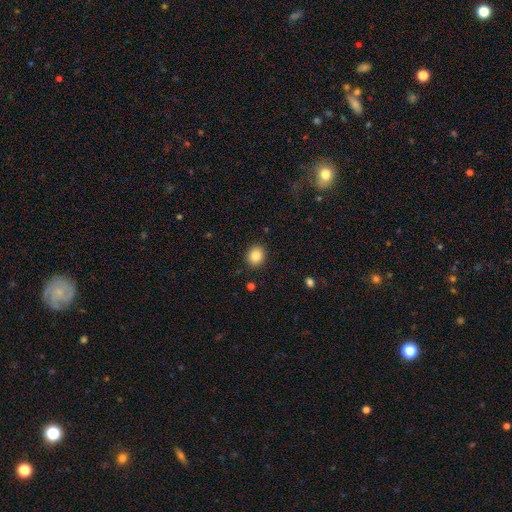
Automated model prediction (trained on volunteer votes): Smooth or featured?
  - smooth: 86% *
  - star or artifact: 9%
  - featured or disk: 5%
How rounded?
  - round: 73% *
  - in between: 26%
  - cigar-shaped: 1%
Merging?
  - none: 90% *
  - minor disturbance: 7%
  - major disturbance: 2%
  - merger: 1%